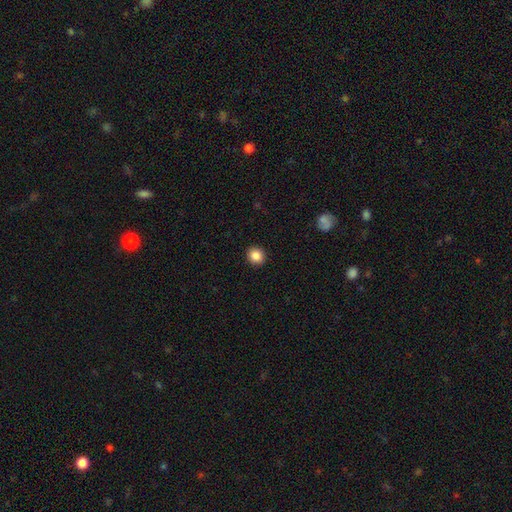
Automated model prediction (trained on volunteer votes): This appears to be a smooth galaxy with no disk features (86%) that is round (87%). Merging: none (93%).